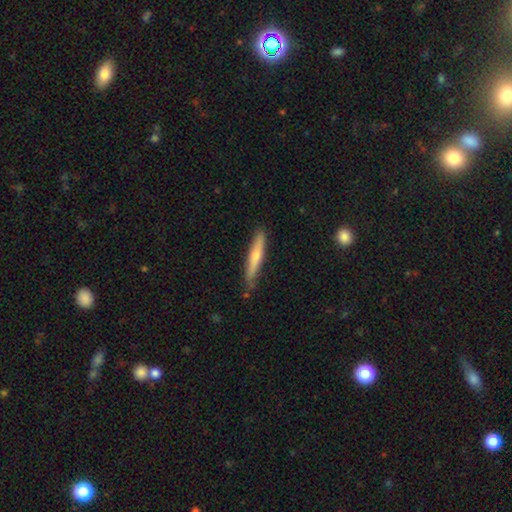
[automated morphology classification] smooth_or_featured: smooth (p=0.59) [alt: featured or disk p=0.35]
how_rounded: cigar-shaped (p=0.92) [alt: in between p=0.06]
merging: none (p=0.79) [alt: minor disturbance p=0.16]